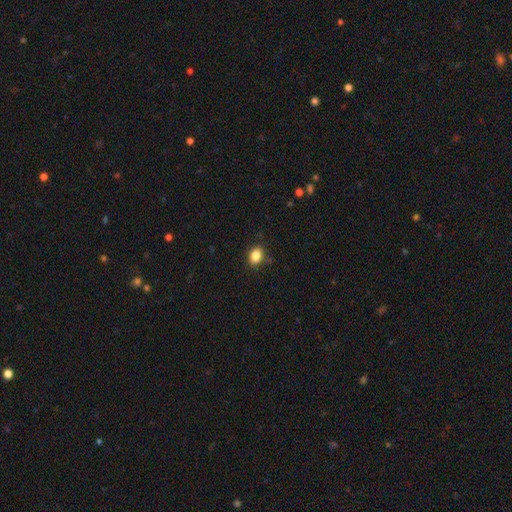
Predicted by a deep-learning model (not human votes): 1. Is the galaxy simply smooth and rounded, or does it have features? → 86% smooth, 9% star or artifact, 5% featured or disk.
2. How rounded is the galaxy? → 74% in between, 25% round, 1% cigar-shaped.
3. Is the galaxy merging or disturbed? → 86% none, 10% minor disturbance, 2% major disturbance, 1% merger.